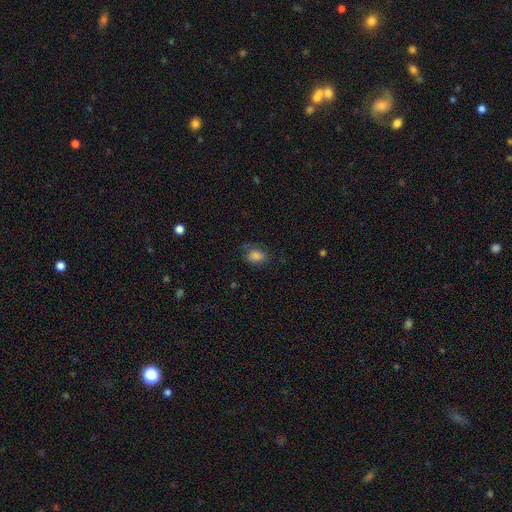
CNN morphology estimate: Q: Smooth or featured?
A: smooth (79%); runner-up: star or artifact (11%)
Q: How rounded?
A: in between (75%); runner-up: round (24%)
Q: Merging?
A: none (66%); runner-up: minor disturbance (22%)